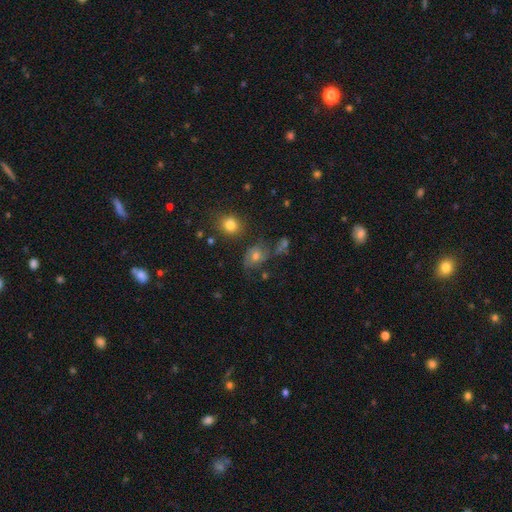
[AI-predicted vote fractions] Overall: featured or disk (42%; smooth 39%). Merging: none (54%; minor disturbance 22%).